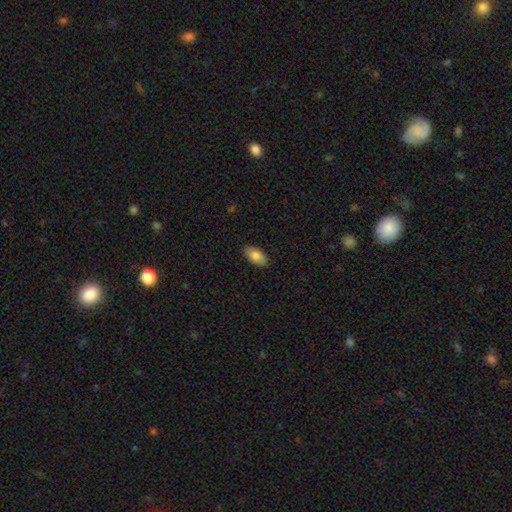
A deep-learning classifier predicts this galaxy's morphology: Smooth or featured: smooth — 83% (featured or disk — 10%)
How rounded: in between — 93% (cigar-shaped — 4%)
Merging: none — 88% (minor disturbance — 10%)